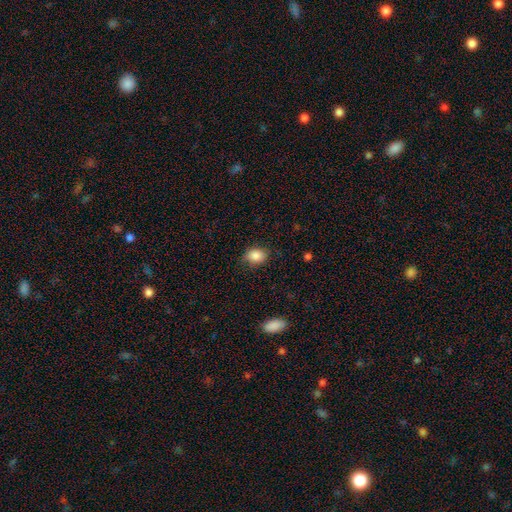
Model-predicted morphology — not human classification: Q: Smooth or featured?
A: smooth (86%); runner-up: star or artifact (9%)
Q: How rounded?
A: in between (61%); runner-up: round (37%)
Q: Merging?
A: none (78%); runner-up: minor disturbance (17%)